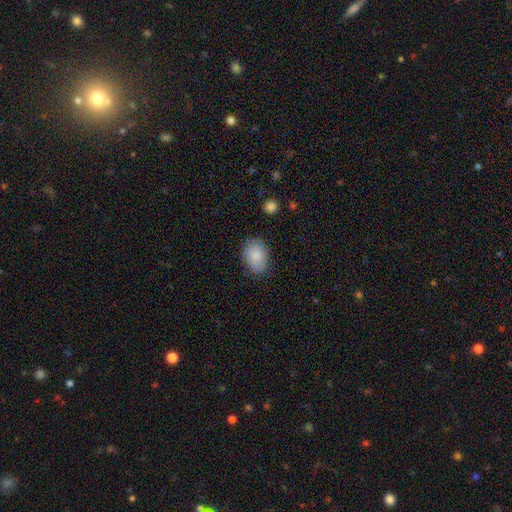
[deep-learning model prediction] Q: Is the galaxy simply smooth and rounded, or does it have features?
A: smooth — 85%.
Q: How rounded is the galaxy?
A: in between — 78%.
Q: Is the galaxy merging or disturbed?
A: none — 77%.